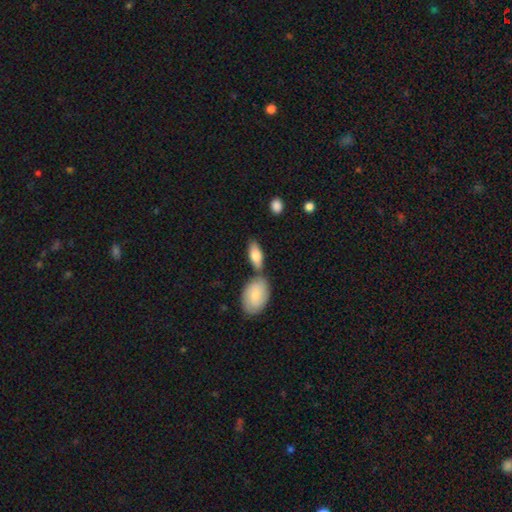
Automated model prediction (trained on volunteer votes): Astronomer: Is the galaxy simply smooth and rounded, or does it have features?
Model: smooth — 76%.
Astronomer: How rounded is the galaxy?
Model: in between — 85%.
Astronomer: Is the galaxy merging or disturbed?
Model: none — 56%.